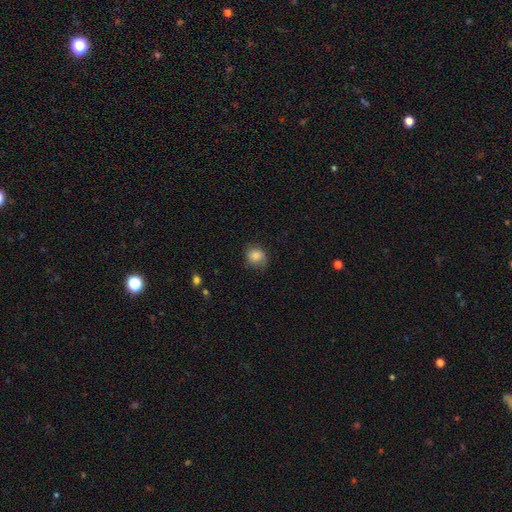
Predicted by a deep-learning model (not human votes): A smooth galaxy with no disk features (81%) that is round (72%).

Vote fractions:
- Smooth or featured? smooth: 81% / featured or disk: 10% / star or artifact: 9%
- How rounded? round: 72% / in between: 27% / cigar-shaped: 1%
- Merging? none: 68% / minor disturbance: 24% / major disturbance: 7% / merger: 1%